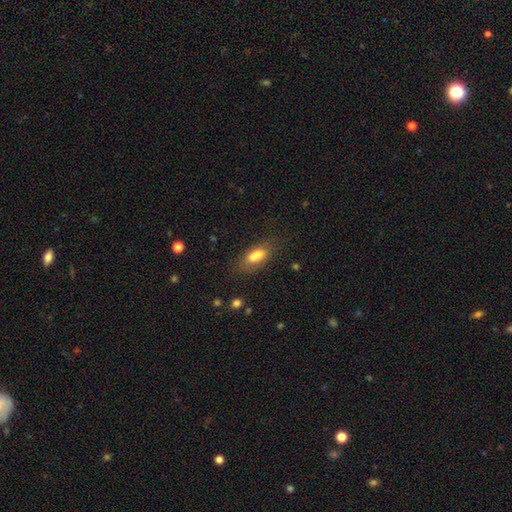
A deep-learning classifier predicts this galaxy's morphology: smooth_or_featured: smooth (p=0.73) [alt: featured or disk p=0.17]
how_rounded: in between (p=0.77) [alt: cigar-shaped p=0.17]
merging: none (p=0.51) [alt: merger p=0.24]